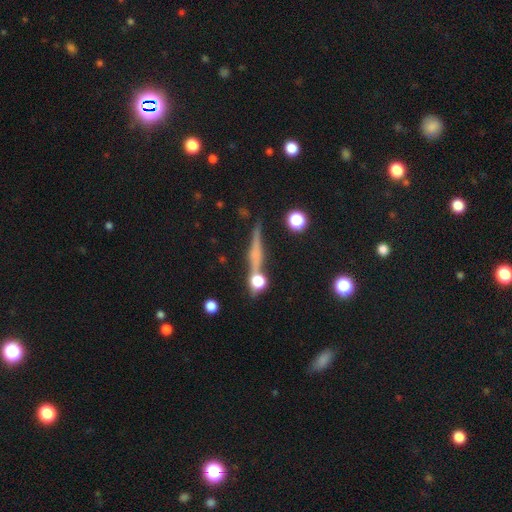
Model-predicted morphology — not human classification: featured or disk 50%, smooth 38%, star or artifact 12%. Down the decision tree: edge-on disk — yes (94%); merging — none (76%).